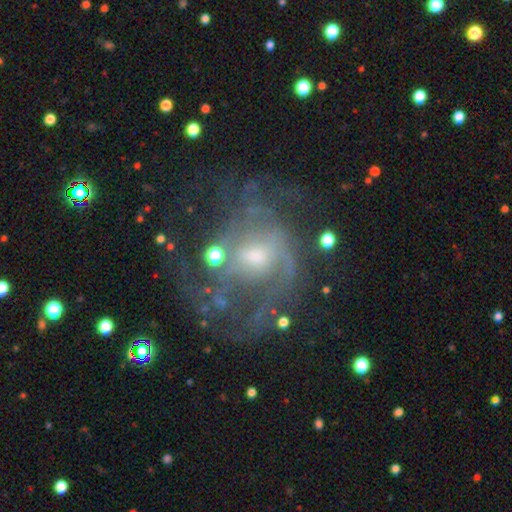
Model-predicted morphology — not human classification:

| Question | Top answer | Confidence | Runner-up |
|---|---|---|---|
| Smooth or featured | featured or disk | 77% | smooth (12%) |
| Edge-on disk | no | 97% | yes (3%) |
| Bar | no | 50% | weak (40%) |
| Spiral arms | yes | 77% | no (23%) |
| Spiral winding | medium | 43% | loose (29%) |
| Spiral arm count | can't tell | 39% | 2 (27%) |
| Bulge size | moderate | 47% | small (39%) |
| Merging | none | 47% | major disturbance (29%) |